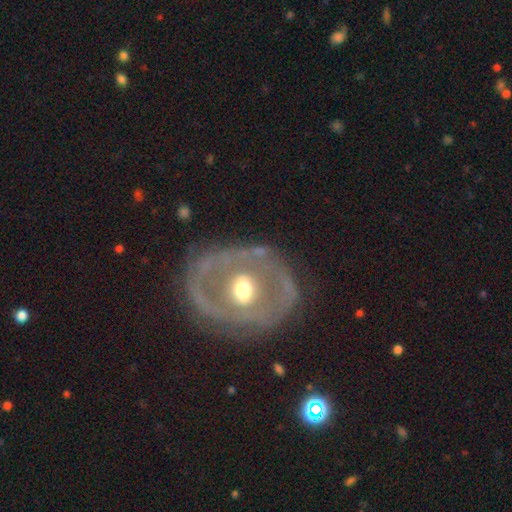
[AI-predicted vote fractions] Morphology: type=featured or disk (77%); edge-on=no (94%); bar=no (71%); spiral arms=no (61%); bulge=moderate (74%); merging=none (74%).